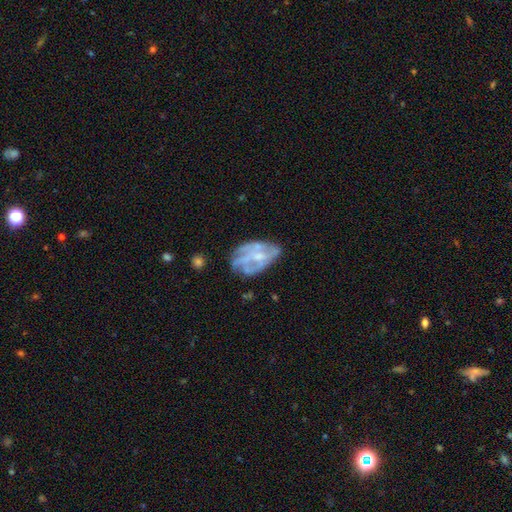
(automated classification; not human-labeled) A featured or disk galaxy (67%) with no bar (71%), no spiral arms (53%) and a small central bulge (43%).

Vote fractions:
- Smooth or featured? featured or disk: 67% / smooth: 24% / star or artifact: 9%
- Edge-on disk? no: 96% / yes: 4%
- Bar? no: 71% / weak: 24% / strong: 6%
- Spiral arms? no: 53% / yes: 47%
- Bulge size? small: 43% / moderate: 31% / none: 22% / large: 2% / dominant: 1%
- Merging? none: 51% / minor disturbance: 25% / major disturbance: 19% / merger: 4%